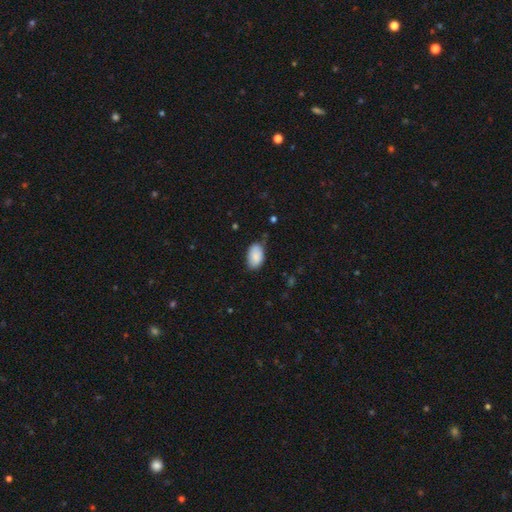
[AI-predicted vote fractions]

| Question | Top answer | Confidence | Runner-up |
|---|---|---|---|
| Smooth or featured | smooth | 87% | star or artifact (6%) |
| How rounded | in between | 93% | round (6%) |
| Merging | none | 69% | minor disturbance (25%) |